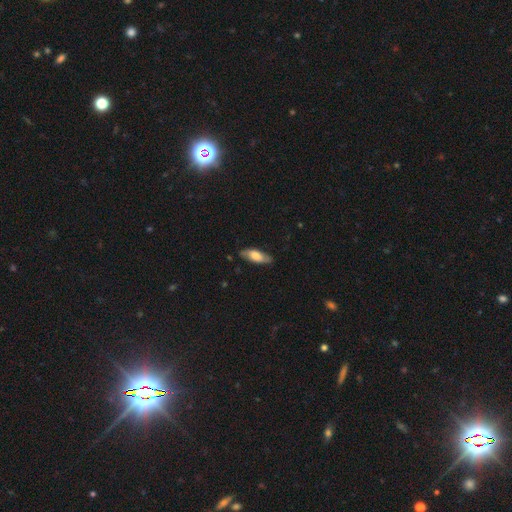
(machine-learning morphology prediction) A smooth galaxy with no disk features (61%) that is in between round and cigar-shaped (70%).

Vote fractions:
- Smooth or featured? smooth: 61% / featured or disk: 33% / star or artifact: 6%
- How rounded? in between: 70% / cigar-shaped: 28% / round: 2%
- Merging? none: 79% / minor disturbance: 16% / major disturbance: 3% / merger: 1%